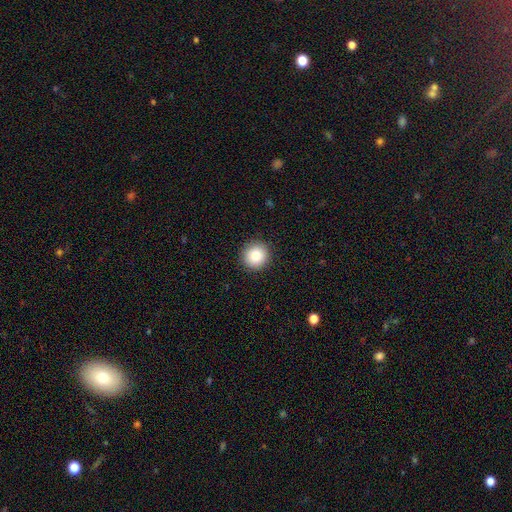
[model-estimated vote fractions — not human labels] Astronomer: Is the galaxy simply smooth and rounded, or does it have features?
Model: smooth — 85%.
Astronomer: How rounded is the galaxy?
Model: round — 94%.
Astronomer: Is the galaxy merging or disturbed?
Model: none — 91%.